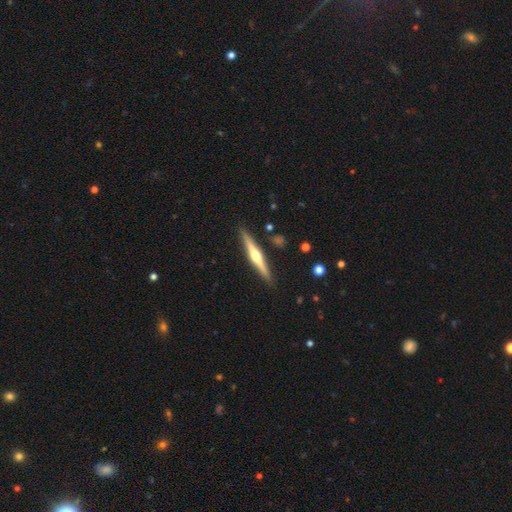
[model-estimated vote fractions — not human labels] This is likely a featured or disk galaxy (71%). It is clearly viewed edge-on (98%). Edge-on bulge: clearly rounded (89%). Merging: clearly none (90%).